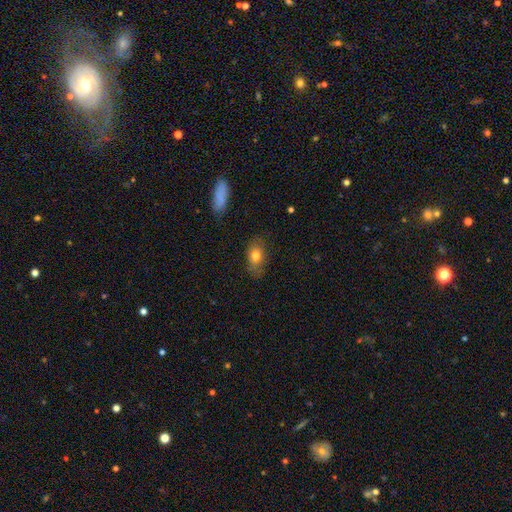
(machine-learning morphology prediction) Smooth or featured? smooth (76%)
How rounded? in between (80%)
Merging? none (75%)